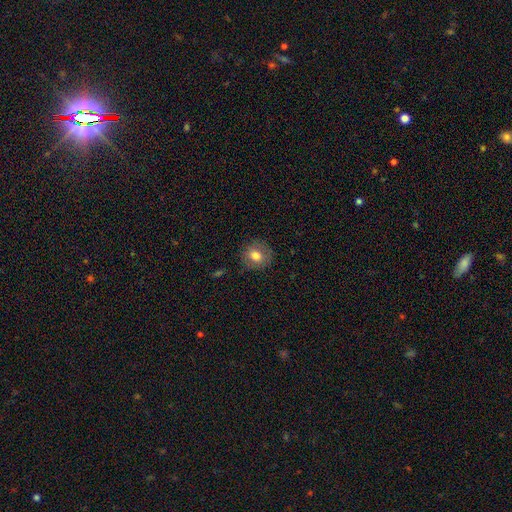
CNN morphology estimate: Smooth or featured? smooth (75%)
How rounded? round (77%)
Merging? none (82%)